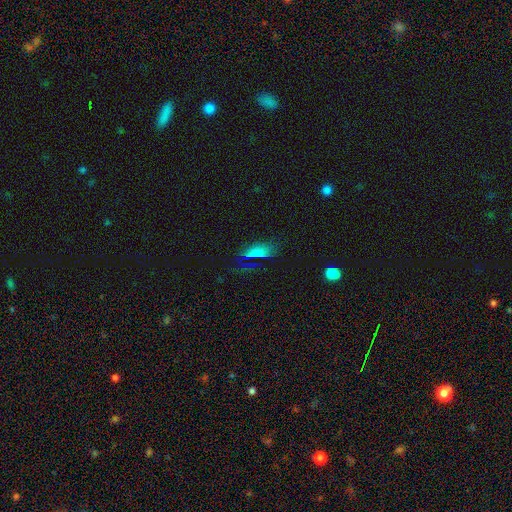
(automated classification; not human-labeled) The model was most divided on "smooth or featured": smooth: 62%, star or artifact: 25%, featured or disk: 13%. More confident: how rounded — in between (80%); merging — none (68%).